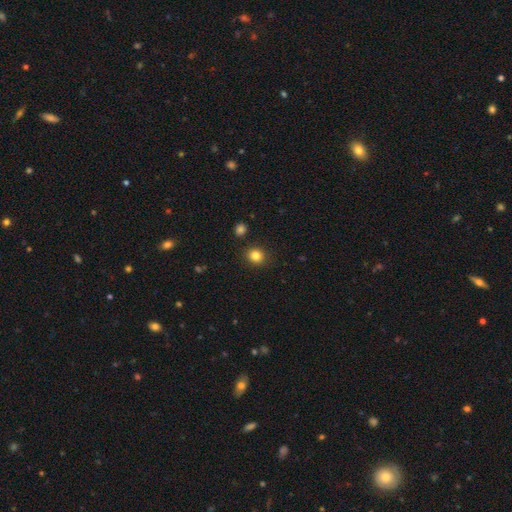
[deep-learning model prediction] smooth-or-featured: smooth: 84% | star or artifact: 11% | featured or disk: 5%
  how-rounded: round: 80% | in between: 19% | cigar-shaped: 1%
  merging: none: 89% | minor disturbance: 6% | major disturbance: 2% | merger: 2%